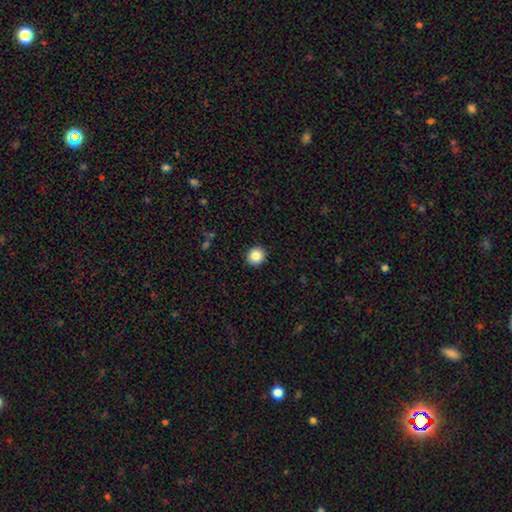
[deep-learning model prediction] Smooth or featured: smooth — 86% (star or artifact — 9%)
How rounded: round — 90% (in between — 9%)
Merging: none — 92% (minor disturbance — 5%)